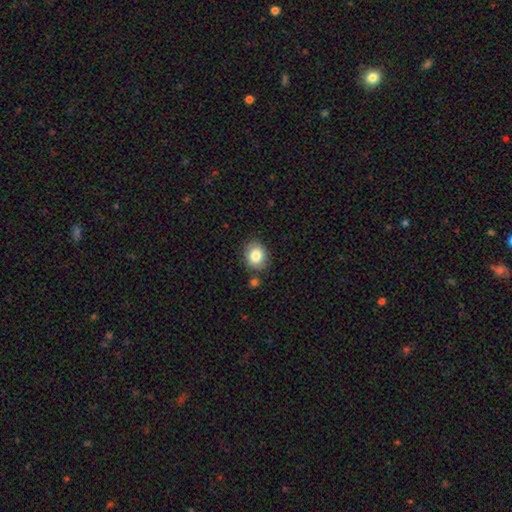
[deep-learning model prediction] smooth 83%, star or artifact 8%, featured or disk 8%. Down the decision tree: how rounded — round (61%); merging — none (82%).